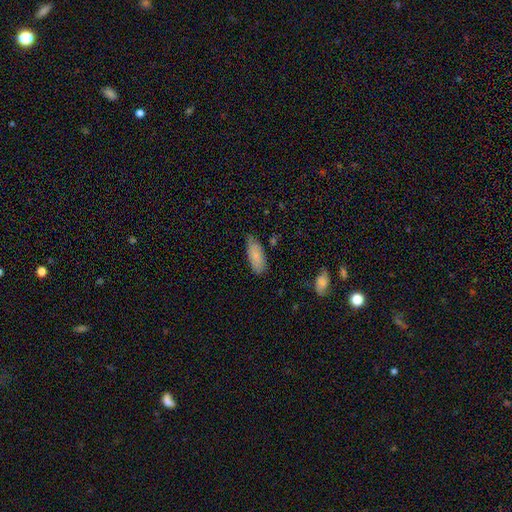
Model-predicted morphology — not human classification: Overall: smooth (80%). How rounded: in between (80%). Merging: none (65%; minor disturbance 28%).